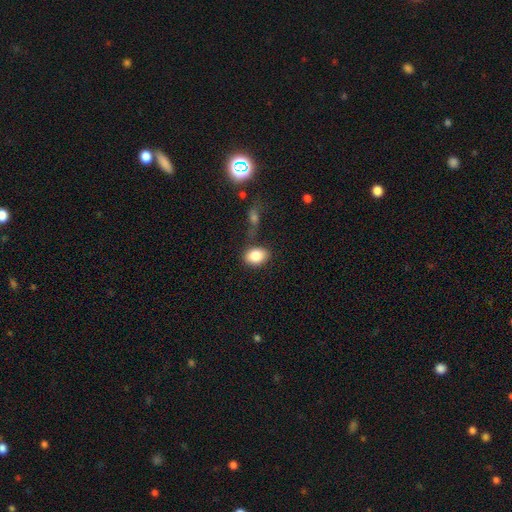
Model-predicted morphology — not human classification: This is clearly a smooth galaxy (84%). How rounded: likely in between (77%). Merging: likely none (70%).